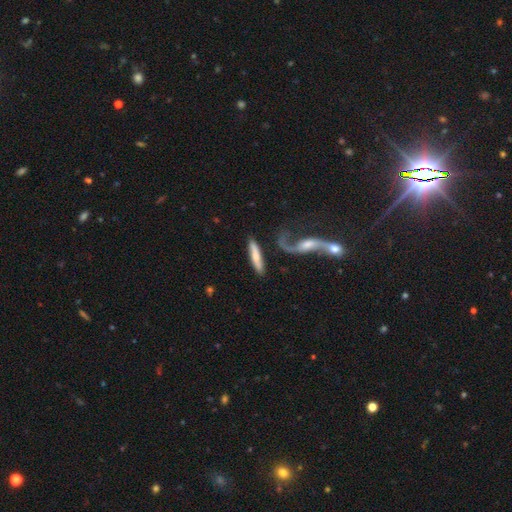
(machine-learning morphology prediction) smooth 56%, featured or disk 38%, star or artifact 6%. Down the decision tree: how rounded — cigar-shaped (82%); merging — none (63%).